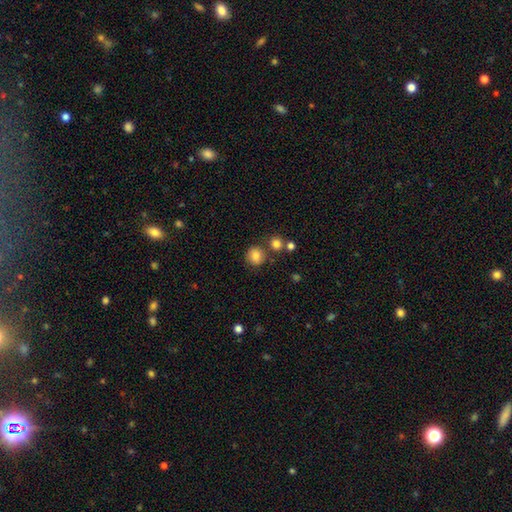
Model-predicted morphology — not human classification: type=smooth (83%); roundness=round (91%); merging=none (78%).